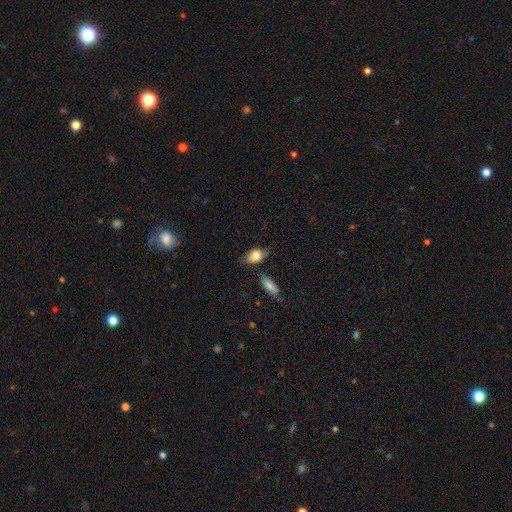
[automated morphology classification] smooth-or-featured: smooth: 80% | featured or disk: 13% | star or artifact: 7%
  how-rounded: in between: 85% | round: 12% | cigar-shaped: 3%
  merging: none: 56% | minor disturbance: 28% | major disturbance: 9% | merger: 7%